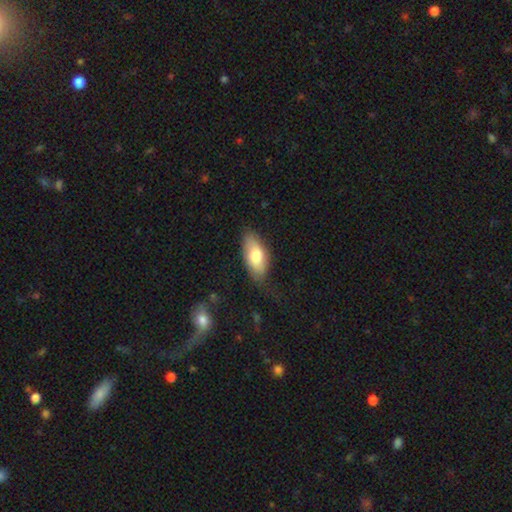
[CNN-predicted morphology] Overall: smooth (74%). How rounded: in between (87%). Merging: none (70%).